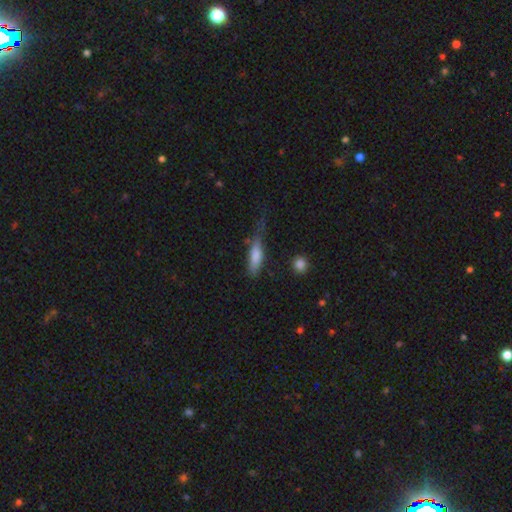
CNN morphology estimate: The model was most divided on "merging": none: 37%, minor disturbance: 35%, major disturbance: 23%, merger: 5%. More confident: smooth or featured — smooth (76%); how rounded — cigar-shaped (54%).